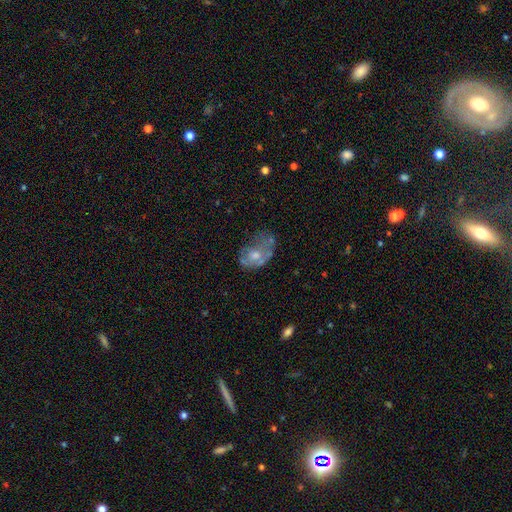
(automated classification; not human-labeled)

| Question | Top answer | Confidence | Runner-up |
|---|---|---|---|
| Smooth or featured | featured or disk | 50% | smooth (42%) |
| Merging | major disturbance | 37% | none (27%) |